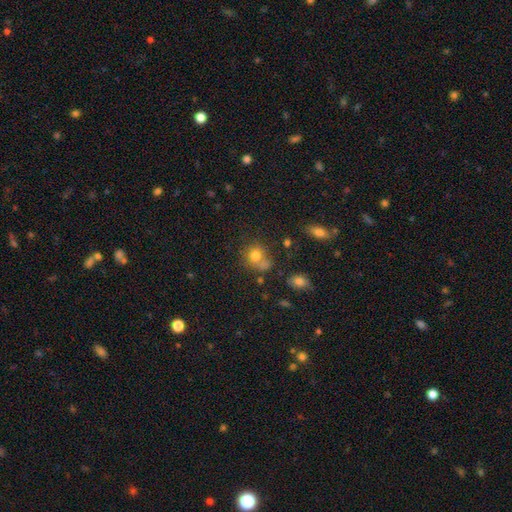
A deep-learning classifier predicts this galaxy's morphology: Overall: smooth (75%). How rounded: round (73%). Merging: none (48%; merger 30%).